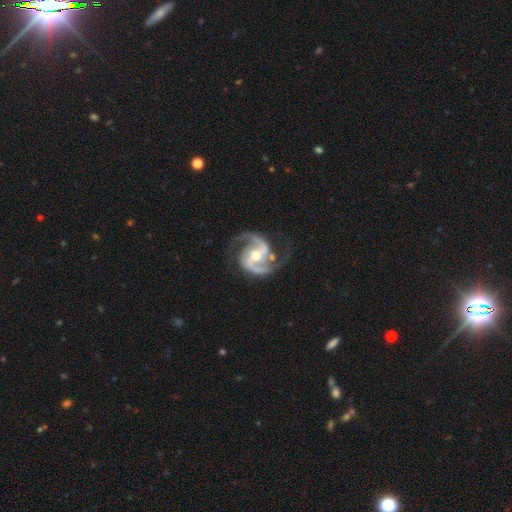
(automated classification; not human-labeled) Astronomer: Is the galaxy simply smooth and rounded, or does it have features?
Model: featured or disk — 94%.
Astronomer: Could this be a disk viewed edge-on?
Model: no — 98%.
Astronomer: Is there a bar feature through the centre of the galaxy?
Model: weak — 41% (runner-up: strong, 30%).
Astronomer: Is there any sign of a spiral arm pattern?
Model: yes — 98%.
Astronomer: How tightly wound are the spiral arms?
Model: medium — 64%.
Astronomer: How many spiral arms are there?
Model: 2 — 92%.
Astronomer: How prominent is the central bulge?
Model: moderate — 68%.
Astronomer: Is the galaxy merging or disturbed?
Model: none — 74%.